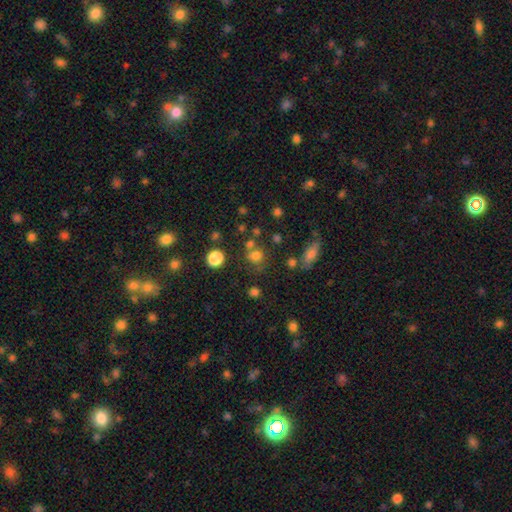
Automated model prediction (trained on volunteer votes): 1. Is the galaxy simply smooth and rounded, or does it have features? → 70% smooth, 21% star or artifact, 9% featured or disk.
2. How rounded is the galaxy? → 80% round, 19% in between, 1% cigar-shaped.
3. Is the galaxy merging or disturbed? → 61% none, 21% merger, 13% minor disturbance, 6% major disturbance.